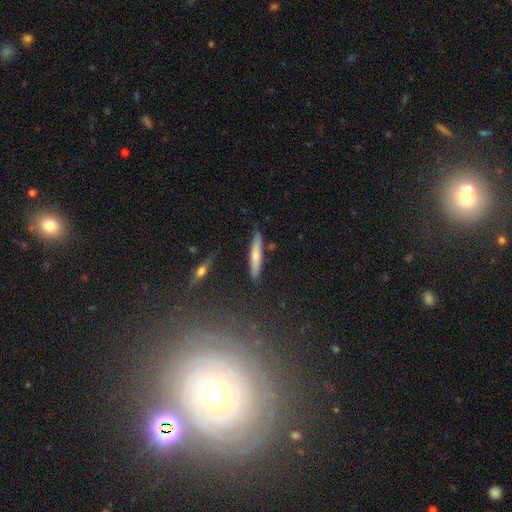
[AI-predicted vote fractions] Smooth or featured? Predicted: smooth (p=0.66). How rounded? Predicted: cigar-shaped (p=0.90). Merging? Predicted: none (p=0.84).